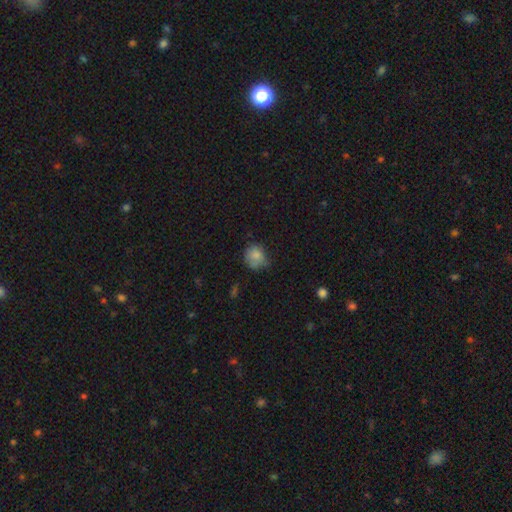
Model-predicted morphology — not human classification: Overall: smooth (80%). How rounded: round (74%). Merging: none (55%; minor disturbance 32%).